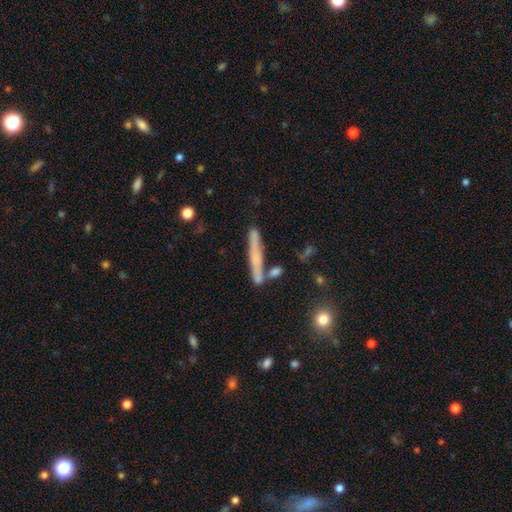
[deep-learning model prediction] Morphology: type=smooth (56%); roundness=cigar-shaped (95%); merging=none (78%).